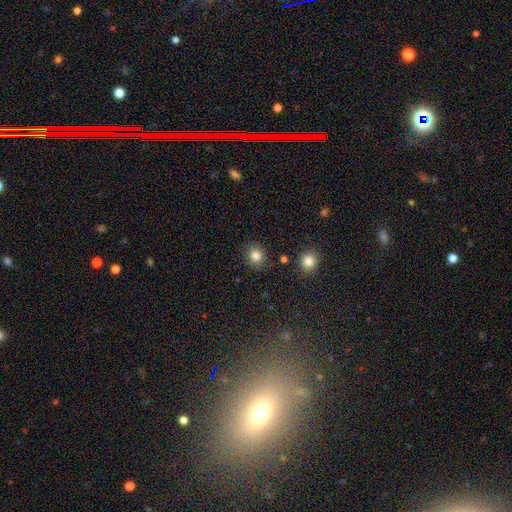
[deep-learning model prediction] Smooth or featured?
  - smooth: 83% *
  - star or artifact: 12%
  - featured or disk: 5%
How rounded?
  - round: 83% *
  - in between: 16%
  - cigar-shaped: 1%
Merging?
  - none: 86% *
  - minor disturbance: 8%
  - major disturbance: 3%
  - merger: 3%